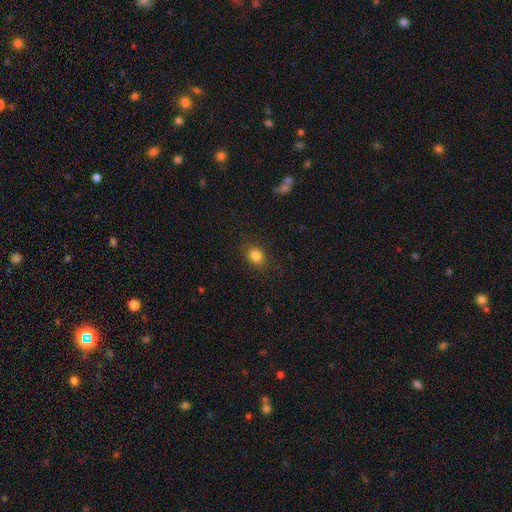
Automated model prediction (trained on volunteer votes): Smooth or featured?
  - smooth: 83% *
  - star or artifact: 11%
  - featured or disk: 6%
How rounded?
  - in between: 50% *
  - round: 48%
  - cigar-shaped: 1%
Merging?
  - none: 84% *
  - minor disturbance: 11%
  - major disturbance: 4%
  - merger: 1%